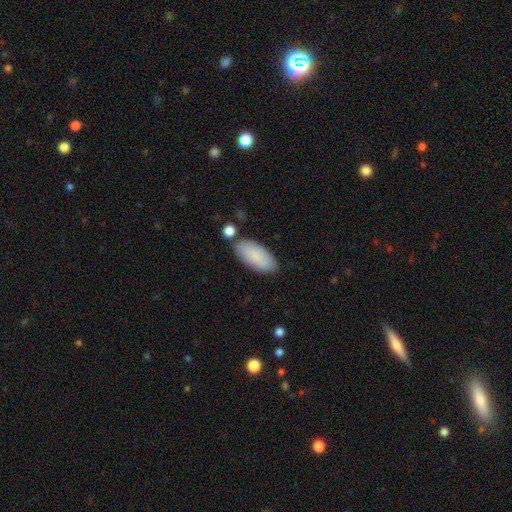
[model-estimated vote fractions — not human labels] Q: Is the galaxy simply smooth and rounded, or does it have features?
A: smooth — 85%.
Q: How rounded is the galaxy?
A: in between — 90%.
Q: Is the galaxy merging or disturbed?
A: none — 79%.